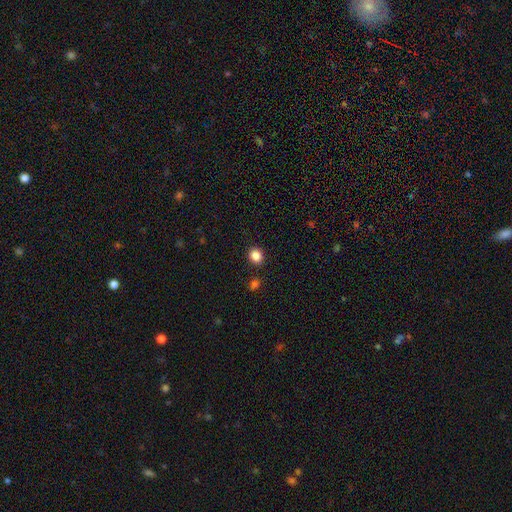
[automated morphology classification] Smooth or featured?
  - smooth: 86% *
  - star or artifact: 10%
  - featured or disk: 4%
How rounded?
  - round: 75% *
  - in between: 24%
  - cigar-shaped: 1%
Merging?
  - none: 89% *
  - minor disturbance: 6%
  - merger: 3%
  - major disturbance: 2%